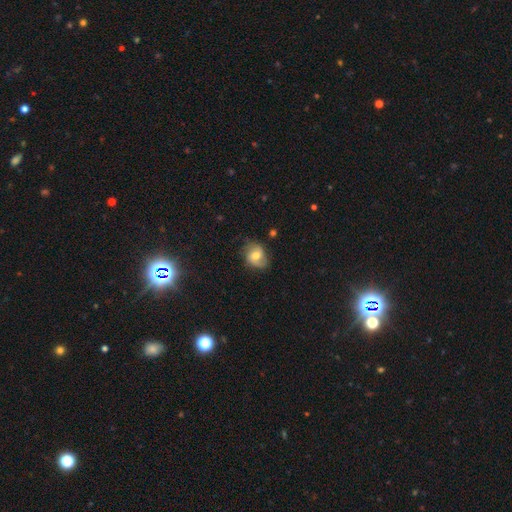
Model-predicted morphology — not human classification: Q: Smooth or featured?
A: smooth (46%); runner-up: featured or disk (44%)
Q: Merging?
A: none (66%); runner-up: minor disturbance (25%)